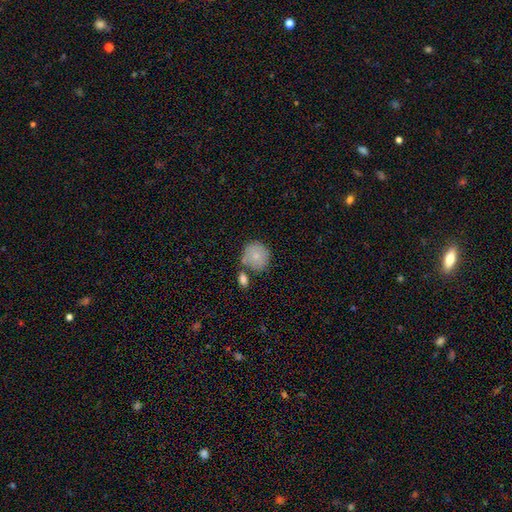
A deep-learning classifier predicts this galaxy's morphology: Smooth or featured: smooth — 81% (featured or disk — 12%)
How rounded: round — 87% (in between — 12%)
Merging: none — 62% (minor disturbance — 17%)